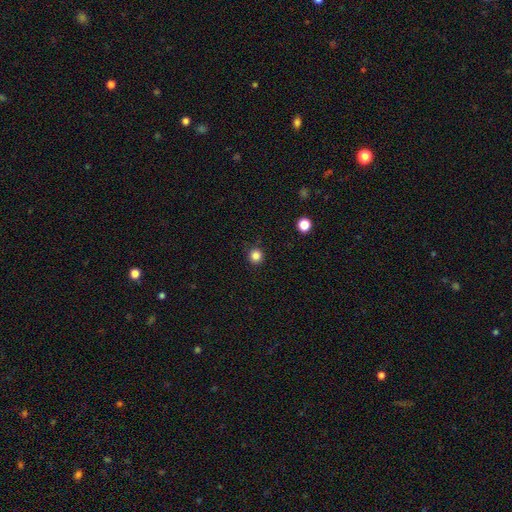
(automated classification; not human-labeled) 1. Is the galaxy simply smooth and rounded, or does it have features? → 84% smooth, 12% star or artifact, 4% featured or disk.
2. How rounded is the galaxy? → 94% round, 5% in between, 1% cigar-shaped.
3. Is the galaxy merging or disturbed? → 90% none, 7% minor disturbance, 2% major disturbance, 1% merger.